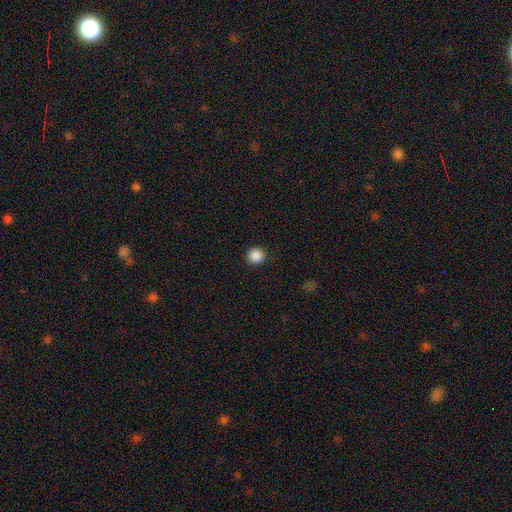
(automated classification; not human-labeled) Smooth or featured? Predicted: smooth (p=0.88). How rounded? Predicted: round (p=0.95). Merging? Predicted: none (p=0.92).